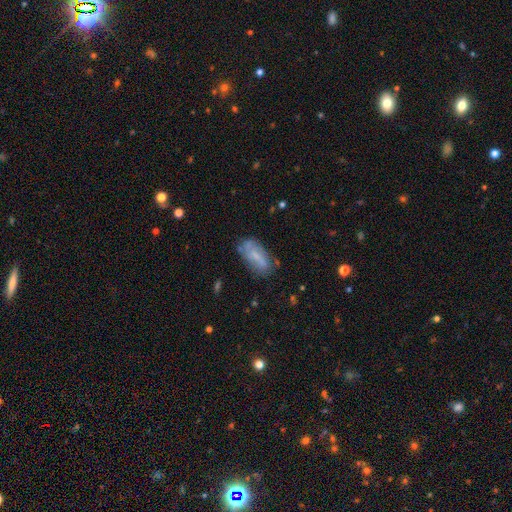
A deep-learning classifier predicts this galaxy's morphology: The model was most divided on "smooth or featured": smooth: 53%, featured or disk: 38%, star or artifact: 9%. More confident: how rounded — in between (82%); merging — none (60%).